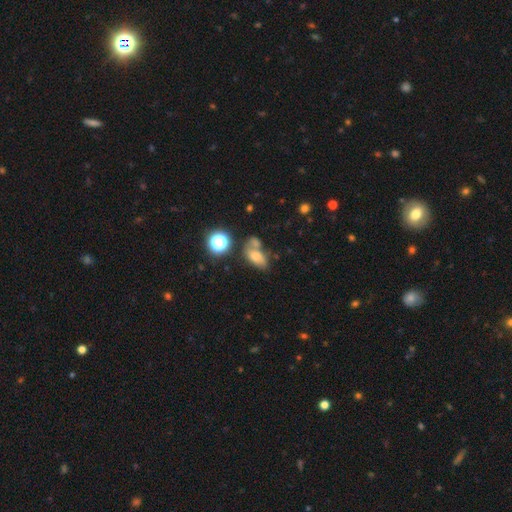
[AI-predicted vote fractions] Smooth or featured?
  - smooth: 66% *
  - featured or disk: 18%
  - star or artifact: 16%
How rounded?
  - in between: 83% *
  - round: 14%
  - cigar-shaped: 3%
Merging?
  - merger: 39% *
  - none: 34%
  - minor disturbance: 16%
  - major disturbance: 11%